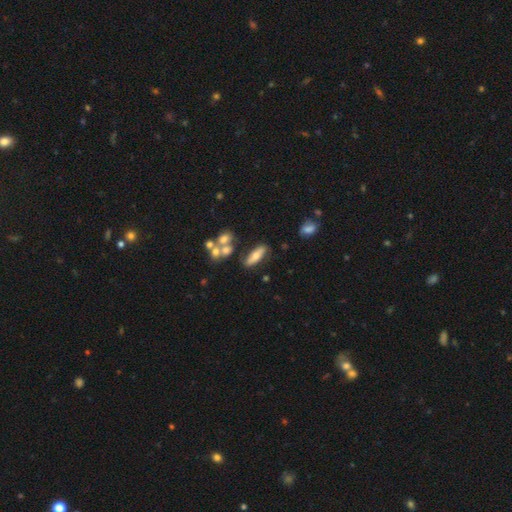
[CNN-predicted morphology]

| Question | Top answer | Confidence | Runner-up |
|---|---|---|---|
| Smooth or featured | smooth | 58% | featured or disk (34%) |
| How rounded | in between | 53% | cigar-shaped (43%) |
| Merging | none | 71% | minor disturbance (14%) |